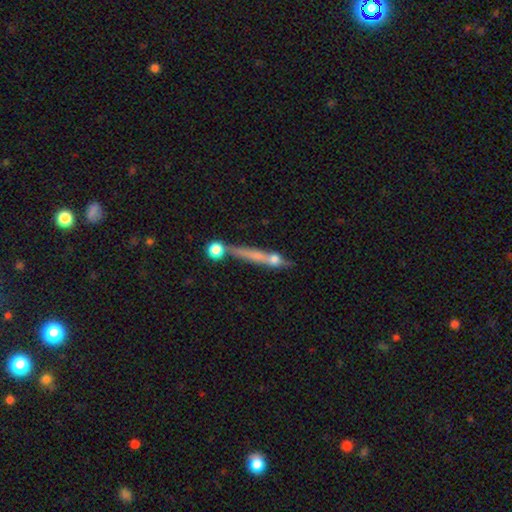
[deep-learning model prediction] This is possibly a smooth galaxy (46%). Merging: possibly none (57%).